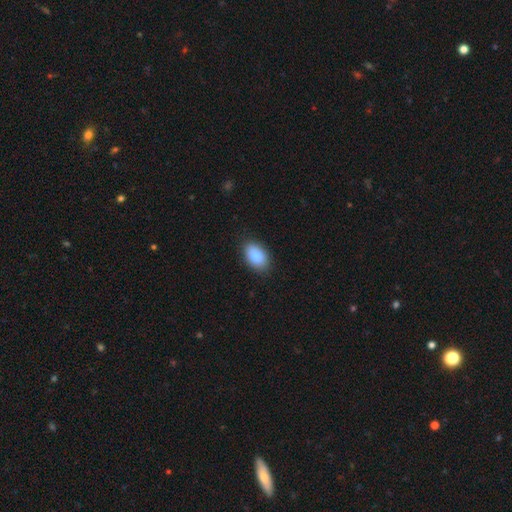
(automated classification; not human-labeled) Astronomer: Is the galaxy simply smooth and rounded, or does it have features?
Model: smooth — 85%.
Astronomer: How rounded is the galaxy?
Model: in between — 91%.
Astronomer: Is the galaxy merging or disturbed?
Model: none — 88%.